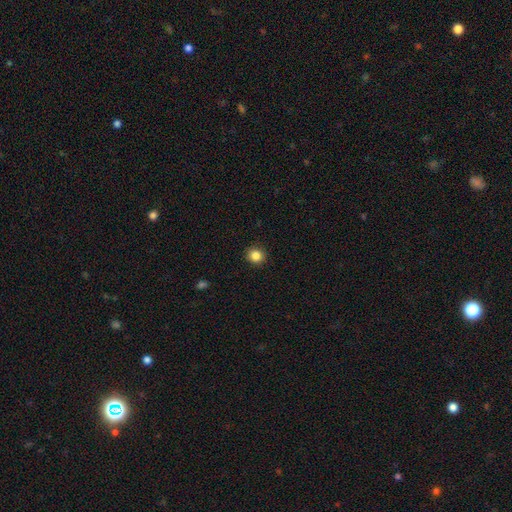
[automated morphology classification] This appears to be a smooth galaxy with no disk features (85%) that is round (91%). Merging: none (92%).